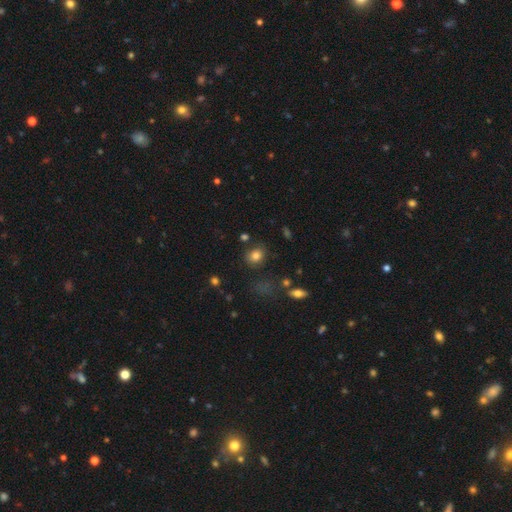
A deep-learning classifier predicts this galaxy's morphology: smooth-or-featured: smooth: 80% | star or artifact: 12% | featured or disk: 8%
  how-rounded: round: 62% | in between: 37% | cigar-shaped: 1%
  merging: none: 79% | minor disturbance: 13% | major disturbance: 4% | merger: 4%